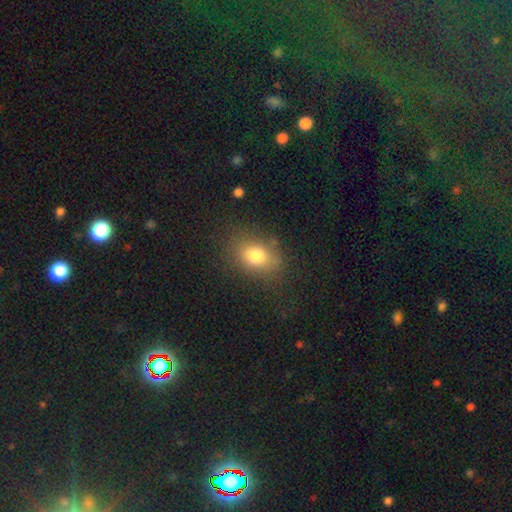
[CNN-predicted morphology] Smooth or featured?
  - smooth: 77% *
  - star or artifact: 12%
  - featured or disk: 11%
How rounded?
  - in between: 65% *
  - round: 34%
  - cigar-shaped: 1%
Merging?
  - none: 76% *
  - minor disturbance: 16%
  - major disturbance: 7%
  - merger: 2%